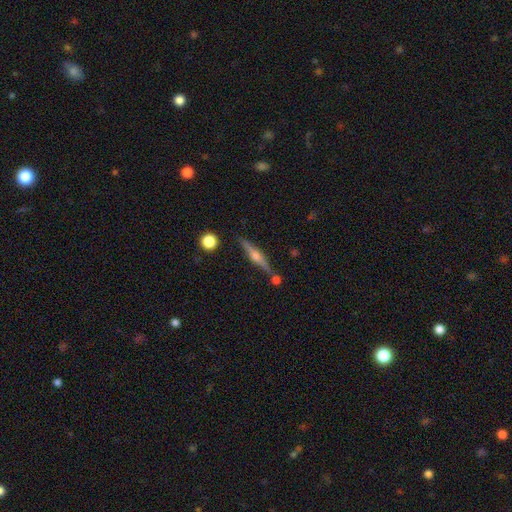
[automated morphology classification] Smooth or featured?
  - featured or disk: 72% *
  - smooth: 21%
  - star or artifact: 7%
Edge-on disk?
  - yes: 97% *
  - no: 3%
Edge-on bulge?
  - rounded: 88% *
  - boxy: 7%
  - none: 4%
Merging?
  - none: 79% *
  - minor disturbance: 11%
  - merger: 7%
  - major disturbance: 3%